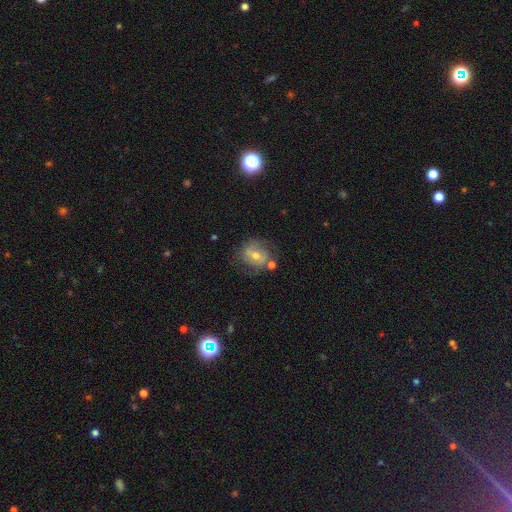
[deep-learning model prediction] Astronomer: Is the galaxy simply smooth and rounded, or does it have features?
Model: featured or disk — 51% (runner-up: smooth, 35%).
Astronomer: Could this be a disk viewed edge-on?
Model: no — 95%.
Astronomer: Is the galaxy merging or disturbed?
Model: none — 66%.